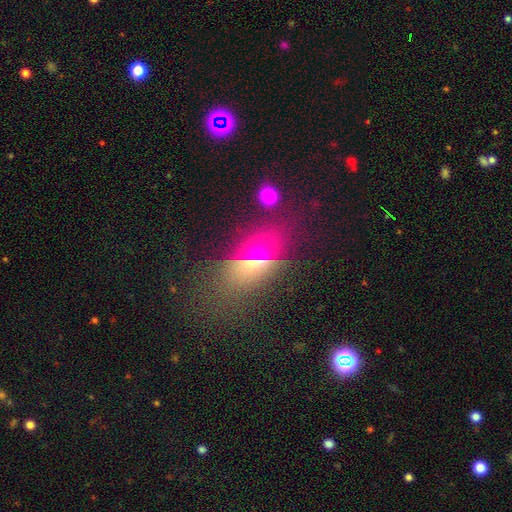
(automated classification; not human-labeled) Smooth or featured? Predicted: smooth (p=0.44). Merging? Predicted: none (p=0.68).